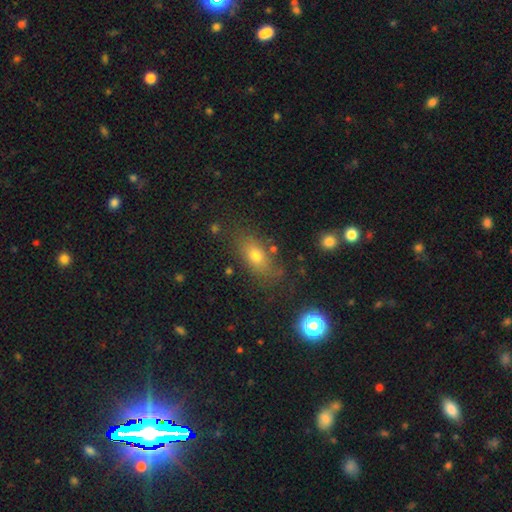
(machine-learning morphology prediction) Q: Smooth or featured?
A: smooth (69%); runner-up: featured or disk (17%)
Q: How rounded?
A: in between (77%); runner-up: round (12%)
Q: Merging?
A: none (75%); runner-up: minor disturbance (15%)